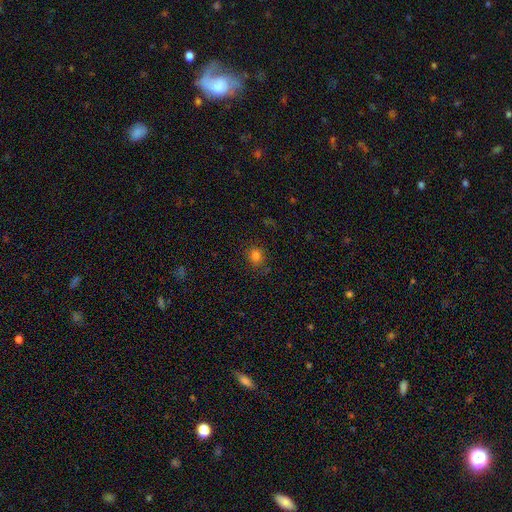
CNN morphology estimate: This appears to be a smooth galaxy with no disk features (79%) that is round (69%). Merging: none (81%).